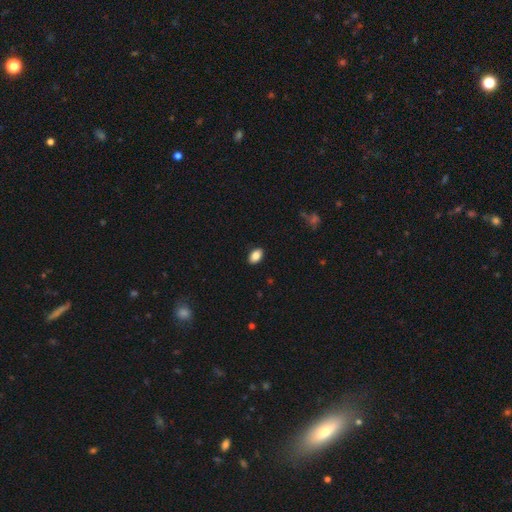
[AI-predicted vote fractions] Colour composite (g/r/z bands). It shows a smooth galaxy with no disk features (86%) that is in between round and cigar-shaped (90%). Merging: none (89%).